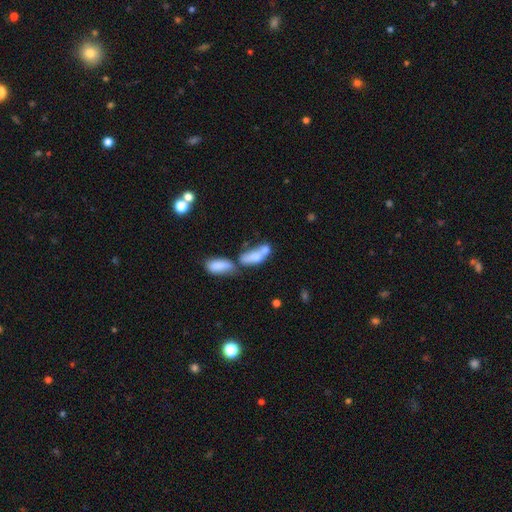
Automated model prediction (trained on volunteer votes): Q: Smooth or featured?
A: smooth (66%); runner-up: featured or disk (25%)
Q: How rounded?
A: in between (74%); runner-up: cigar-shaped (22%)
Q: Merging?
A: merger (64%); runner-up: none (18%)